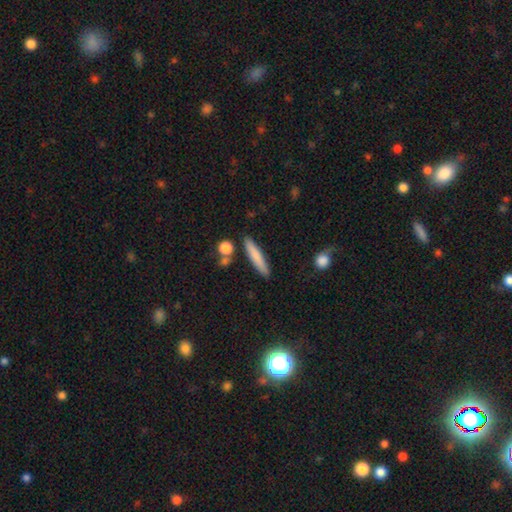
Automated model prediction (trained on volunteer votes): Smooth or featured: smooth — 78% (featured or disk — 16%)
How rounded: cigar-shaped — 89% (in between — 9%)
Merging: none — 85% (minor disturbance — 9%)